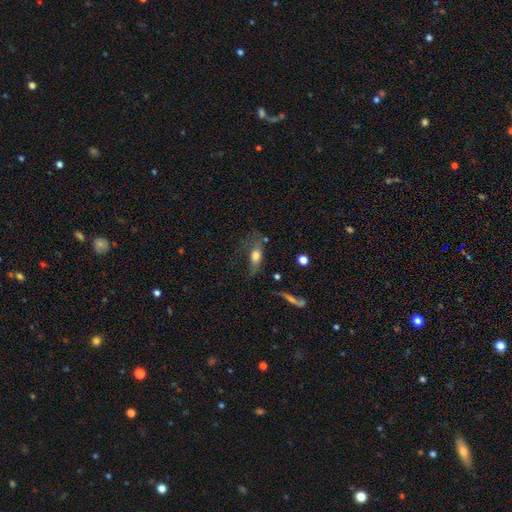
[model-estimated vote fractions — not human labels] Morphology: type=smooth (59%); roundness=in between (74%); merging=major disturbance (37%).